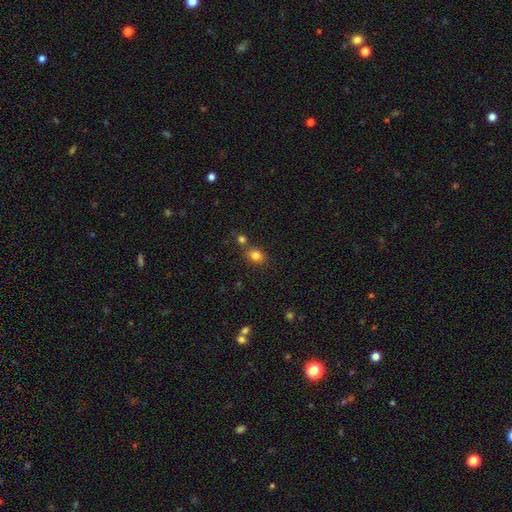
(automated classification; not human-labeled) Smooth or featured: smooth — 82% (star or artifact — 12%)
How rounded: in between — 51% (round — 48%)
Merging: none — 68% (merger — 18%)